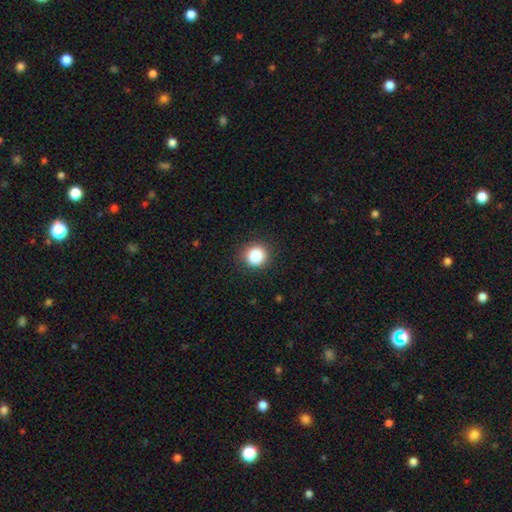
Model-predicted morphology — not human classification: This appears to be a smooth galaxy with no disk features (87%) that is round (92%). Merging: none (89%).